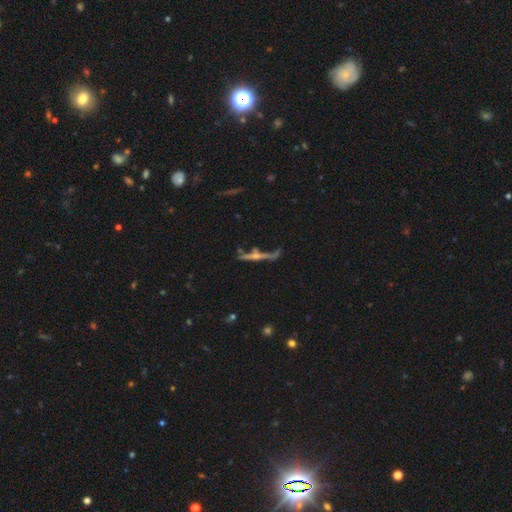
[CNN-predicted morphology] smooth_or_featured: featured or disk (p=0.75) [alt: smooth p=0.15]
disk_edge_on: yes (p=0.92) [alt: no p=0.08]
edge_on_bulge: rounded (p=0.81) [alt: none p=0.13]
merging: none (p=0.59) [alt: minor disturbance p=0.21]